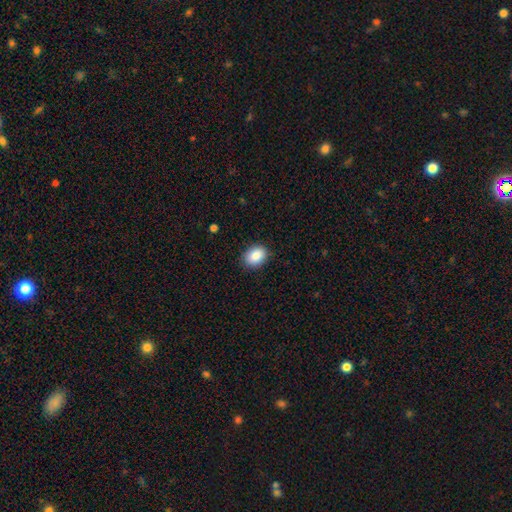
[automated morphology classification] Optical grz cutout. It shows a smooth galaxy with no disk features (87%) that is in between round and cigar-shaped (72%). Merging: none (88%).